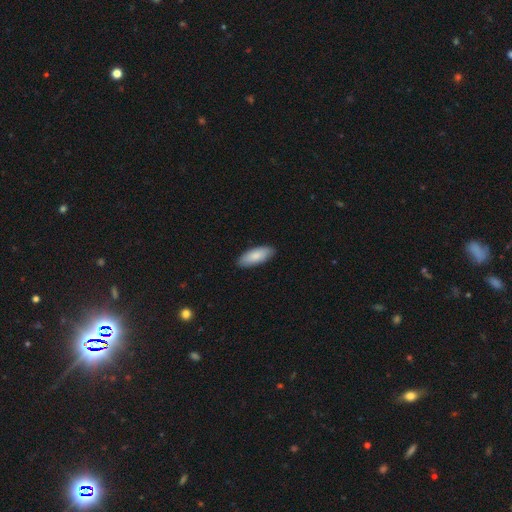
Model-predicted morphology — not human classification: This is clearly a smooth galaxy (86%). How rounded: likely in between (78%). Merging: clearly none (89%).